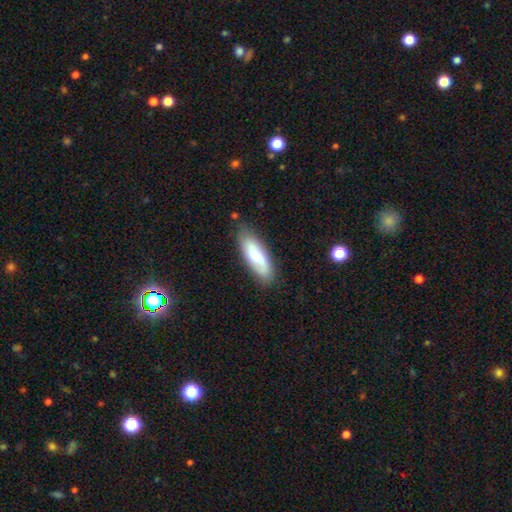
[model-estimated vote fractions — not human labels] smooth-or-featured: smooth: 56% | featured or disk: 36% | star or artifact: 8%
  how-rounded: in between: 60% | cigar-shaped: 38% | round: 2%
  merging: none: 79% | minor disturbance: 16% | major disturbance: 3% | merger: 2%